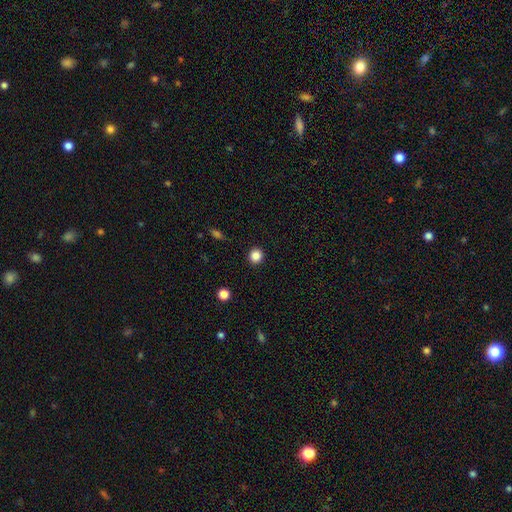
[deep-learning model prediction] The model was most divided on "smooth or featured": smooth: 86%, star or artifact: 11%, featured or disk: 3%. More confident: how rounded — round (93%); merging — none (92%).